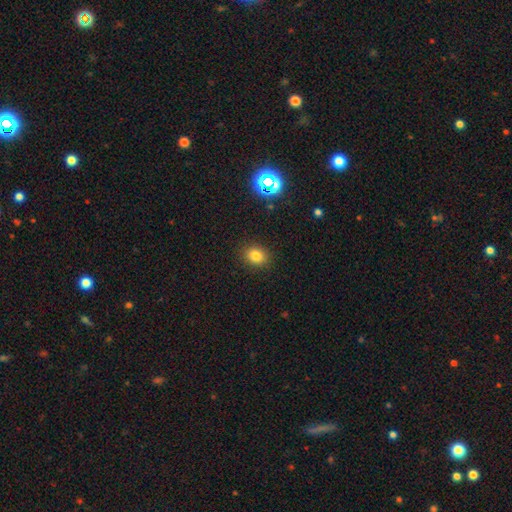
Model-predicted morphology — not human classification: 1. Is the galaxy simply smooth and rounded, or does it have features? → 80% smooth, 14% star or artifact, 7% featured or disk.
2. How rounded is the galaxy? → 54% round, 45% in between, 1% cigar-shaped.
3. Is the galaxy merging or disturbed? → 89% none, 7% minor disturbance, 2% major disturbance, 1% merger.